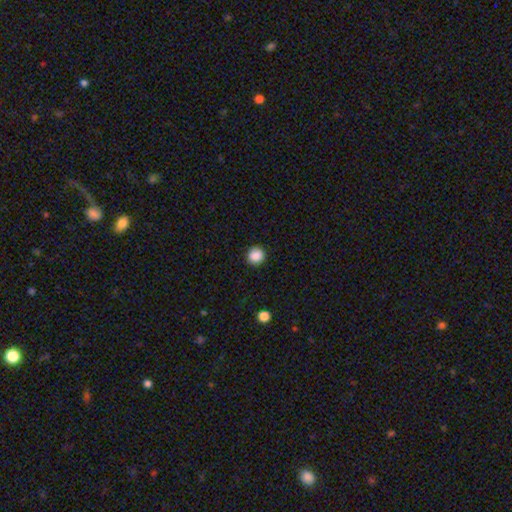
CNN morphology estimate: Smooth or featured? Predicted: smooth (p=0.88). How rounded? Predicted: round (p=0.94). Merging? Predicted: none (p=0.92).